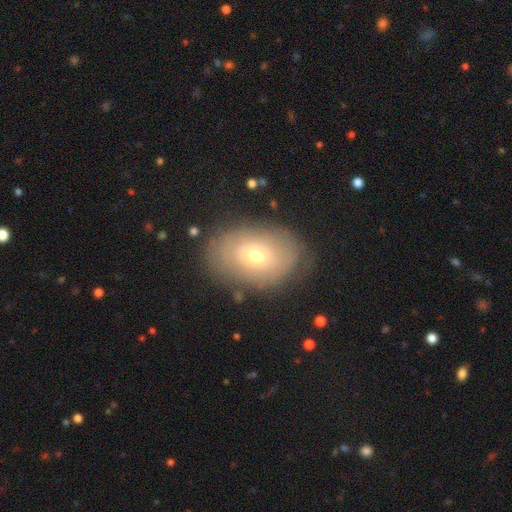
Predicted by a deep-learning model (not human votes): Morphology: type=smooth (46%); merging=none (78%).